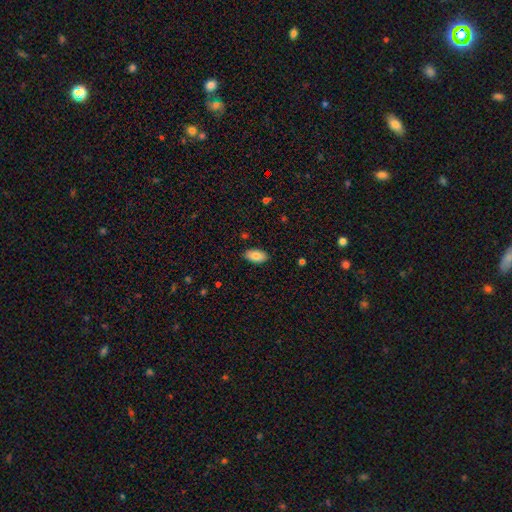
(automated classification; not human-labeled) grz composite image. It shows a smooth galaxy with no disk features (83%) that is in between round and cigar-shaped (95%). Merging: none (88%).